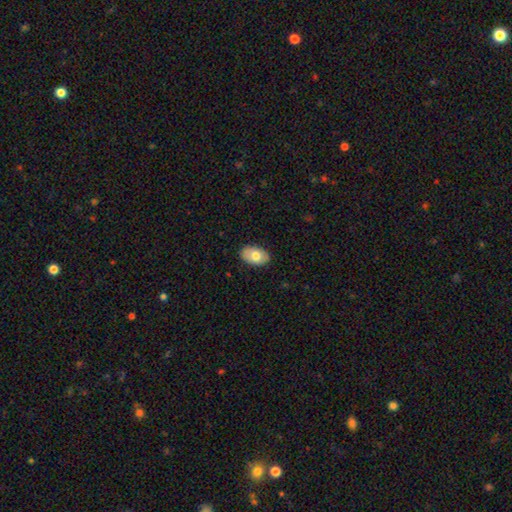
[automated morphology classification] Smooth or featured?
  - smooth: 71% *
  - featured or disk: 22%
  - star or artifact: 6%
How rounded?
  - in between: 92% *
  - round: 7%
  - cigar-shaped: 1%
Merging?
  - none: 86% *
  - minor disturbance: 11%
  - major disturbance: 2%
  - merger: 1%